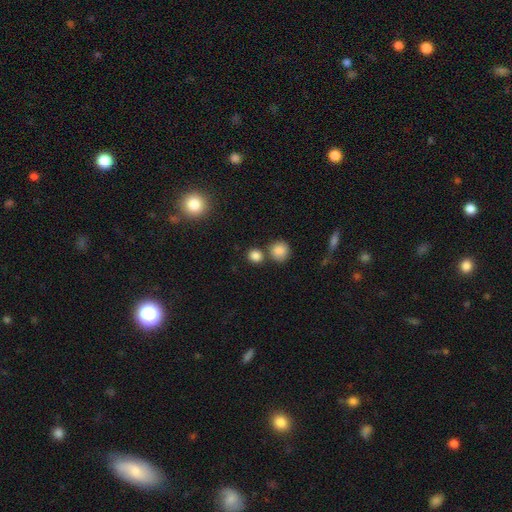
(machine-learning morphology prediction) smooth 84%, star or artifact 11%, featured or disk 5%. Down the decision tree: how rounded — round (84%); merging — none (68%).